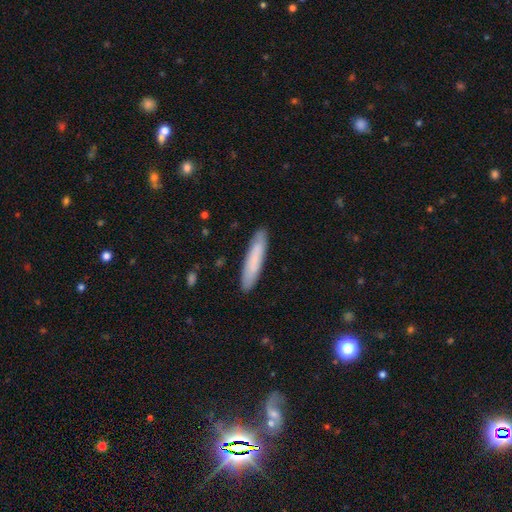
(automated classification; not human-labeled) This is likely a smooth galaxy (70%). How rounded: clearly cigar-shaped (88%). Merging: clearly none (88%).